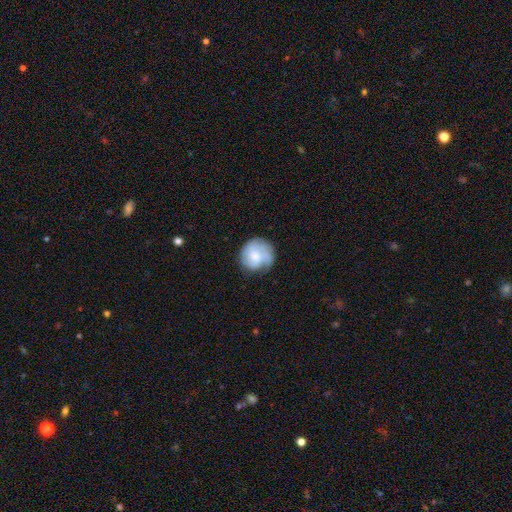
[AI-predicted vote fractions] This appears to be a smooth galaxy with no disk features (55%) that is round (89%). Merging: none (68%).